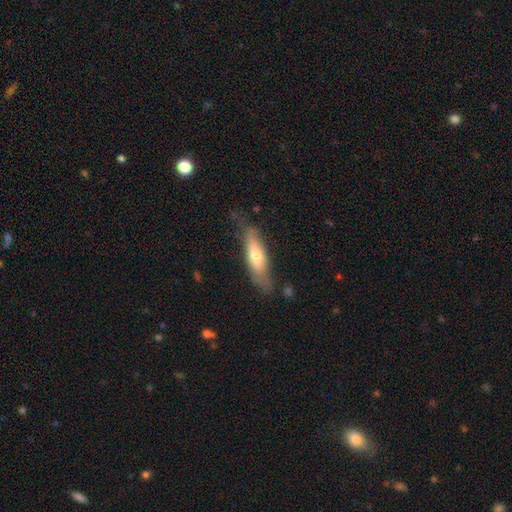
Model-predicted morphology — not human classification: The model was most divided on "smooth or featured": smooth: 54%, featured or disk: 40%, star or artifact: 6%. More confident: merging — none (68%); how rounded — cigar-shaped (64%).